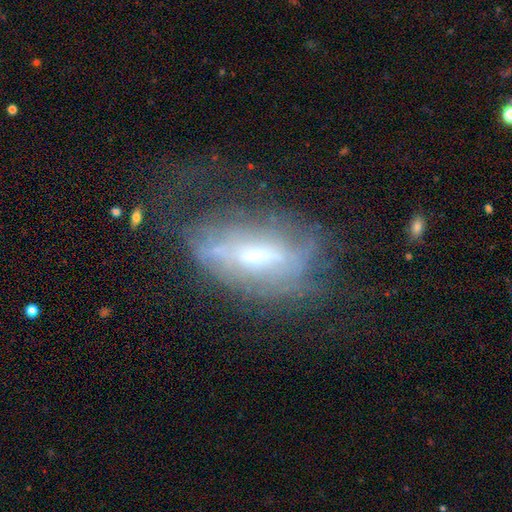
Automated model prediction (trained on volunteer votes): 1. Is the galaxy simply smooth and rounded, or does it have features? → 61% featured or disk, 28% smooth, 11% star or artifact.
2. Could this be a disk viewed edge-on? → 77% no, 23% yes.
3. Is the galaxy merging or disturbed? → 40% none, 30% major disturbance, 26% minor disturbance, 4% merger.